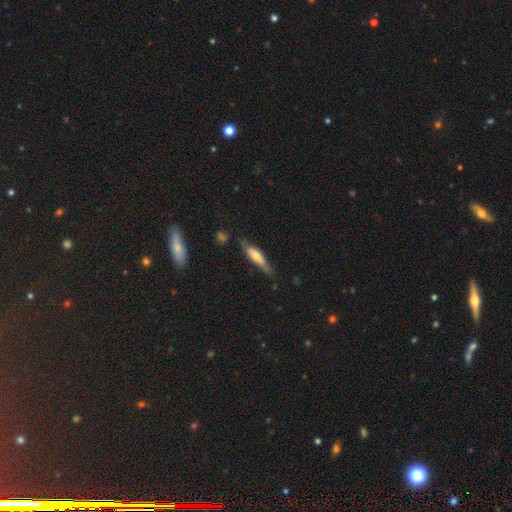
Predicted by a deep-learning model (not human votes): Smooth or featured: smooth — 50% (featured or disk — 44%)
How rounded: cigar-shaped — 73% (in between — 25%)
Merging: none — 66% (minor disturbance — 24%)